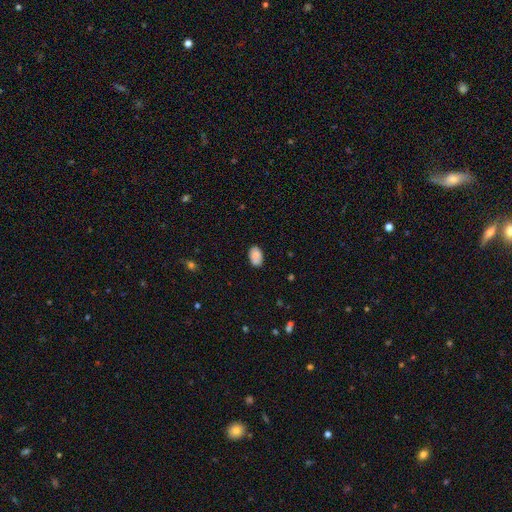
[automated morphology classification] Q: Smooth or featured?
A: smooth (77%); runner-up: featured or disk (15%)
Q: How rounded?
A: in between (89%); runner-up: round (10%)
Q: Merging?
A: none (75%); runner-up: minor disturbance (18%)